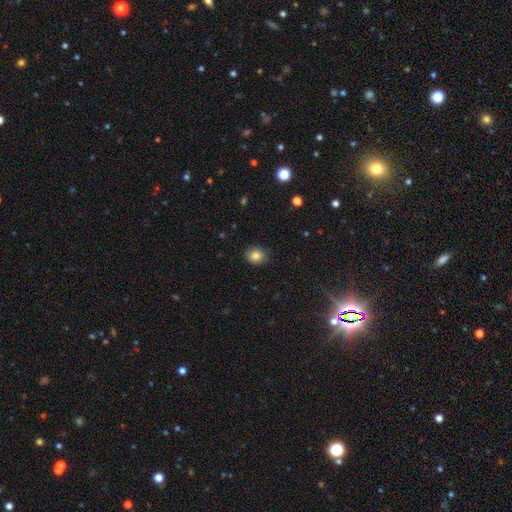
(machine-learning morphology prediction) smooth_or_featured: smooth (p=0.83) [alt: star or artifact p=0.10]
how_rounded: round (p=0.69) [alt: in between p=0.30]
merging: none (p=0.85) [alt: minor disturbance p=0.11]